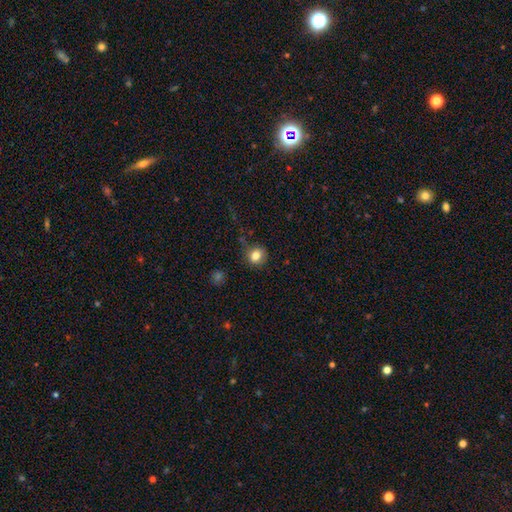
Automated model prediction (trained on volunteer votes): The model was most divided on "how rounded": round: 77%, in between: 22%, cigar-shaped: 1%. More confident: smooth or featured — smooth (82%); merging — none (78%).